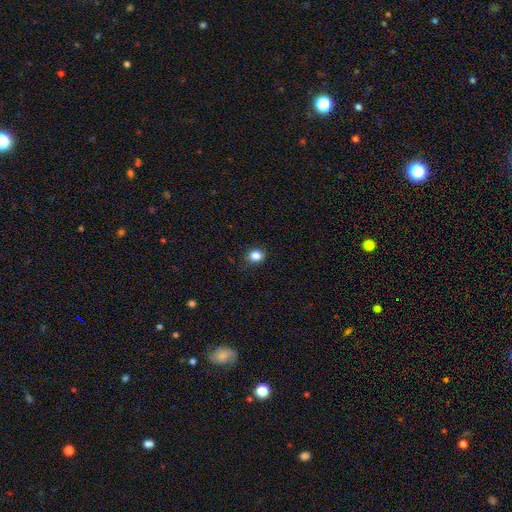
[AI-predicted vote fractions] A smooth galaxy with no disk features (84%) that is round (70%). Merging: none (85%).